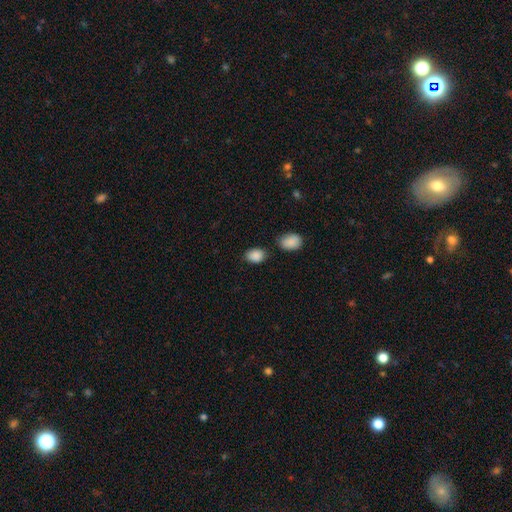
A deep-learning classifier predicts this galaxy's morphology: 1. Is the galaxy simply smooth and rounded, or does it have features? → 89% smooth, 8% star or artifact, 4% featured or disk.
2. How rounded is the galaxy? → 81% in between, 18% round, 1% cigar-shaped.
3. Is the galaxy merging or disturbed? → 73% none, 15% minor disturbance, 9% merger, 4% major disturbance.